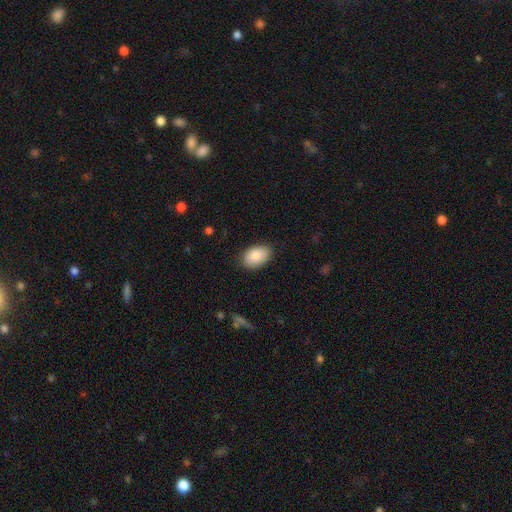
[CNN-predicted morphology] Smooth or featured? smooth (87%)
How rounded? in between (91%)
Merging? none (83%)